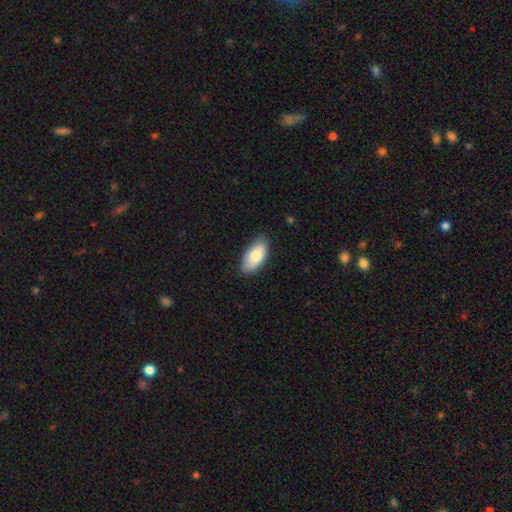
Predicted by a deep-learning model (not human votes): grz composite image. It shows a smooth galaxy with no disk features (81%) that is in between round and cigar-shaped (93%). Merging: none (82%).